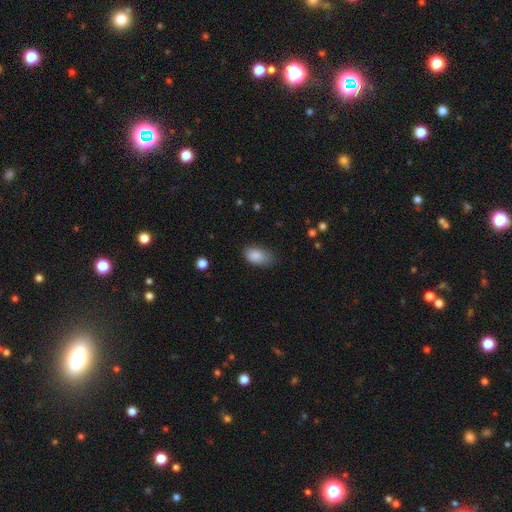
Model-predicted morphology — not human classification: smooth_or_featured: smooth (p=0.86) [alt: star or artifact p=0.08]
how_rounded: in between (p=0.91) [alt: round p=0.08]
merging: none (p=0.60) [alt: minor disturbance p=0.31]